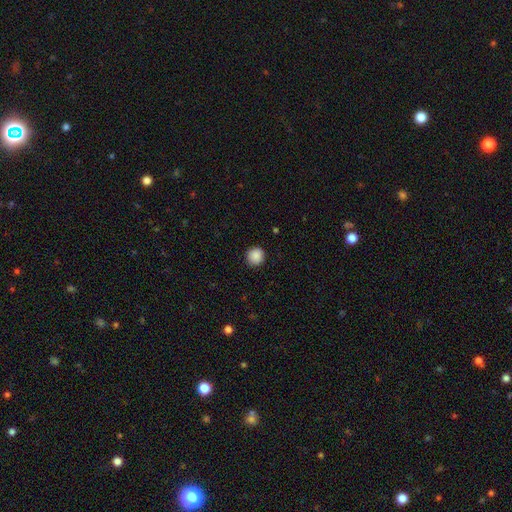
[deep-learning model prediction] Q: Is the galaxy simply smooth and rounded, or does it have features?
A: smooth — 89%.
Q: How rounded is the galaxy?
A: round — 92%.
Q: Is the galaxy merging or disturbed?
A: none — 90%.